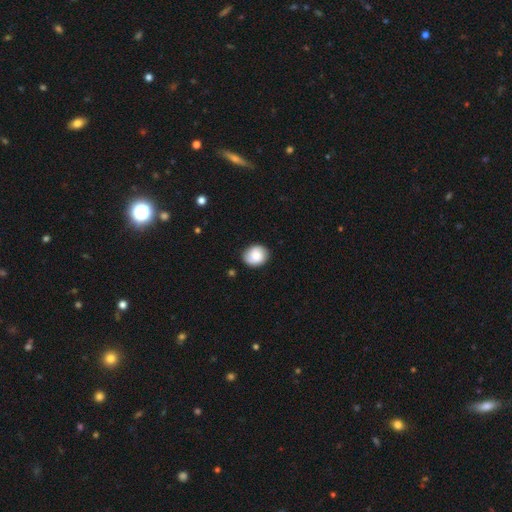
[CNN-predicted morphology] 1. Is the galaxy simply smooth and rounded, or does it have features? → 80% smooth, 13% featured or disk, 8% star or artifact.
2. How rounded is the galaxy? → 62% round, 37% in between, 1% cigar-shaped.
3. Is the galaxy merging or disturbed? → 84% none, 12% minor disturbance, 3% major disturbance, 1% merger.